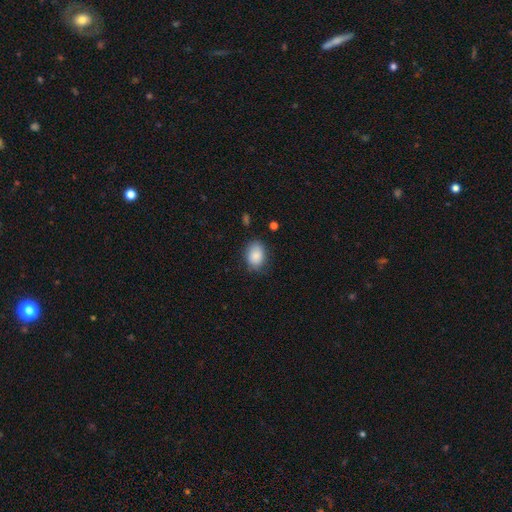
smooth_or_featured: smooth (p=0.93) [alt: star or artifact p=0.07]
how_rounded: in between (p=0.89) [alt: round p=0.11]
merging: none (p=0.84) [alt: minor disturbance p=0.16]